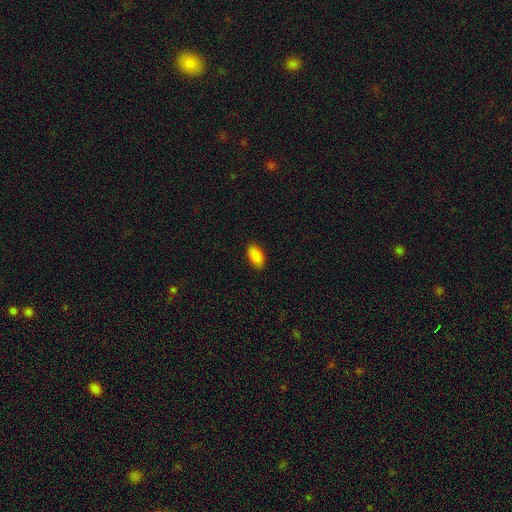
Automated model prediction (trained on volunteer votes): The model was most divided on "merging": none: 88%, minor disturbance: 9%, major disturbance: 2%, merger: 1%. More confident: how rounded — in between (94%); smooth or featured — smooth (89%).